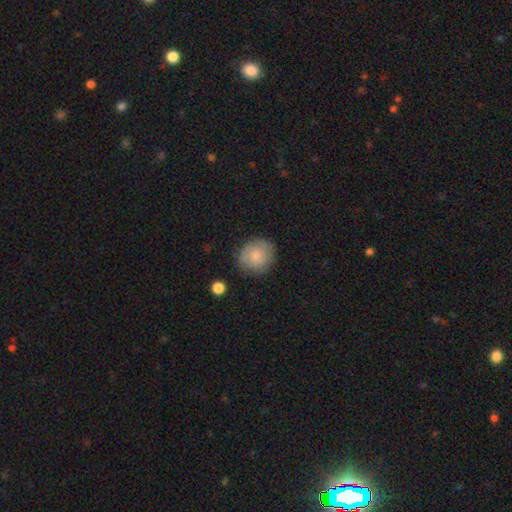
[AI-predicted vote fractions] smooth-or-featured: smooth: 70% | featured or disk: 22% | star or artifact: 7%
  how-rounded: round: 86% | in between: 13% | cigar-shaped: 1%
  merging: none: 79% | minor disturbance: 15% | major disturbance: 4% | merger: 2%